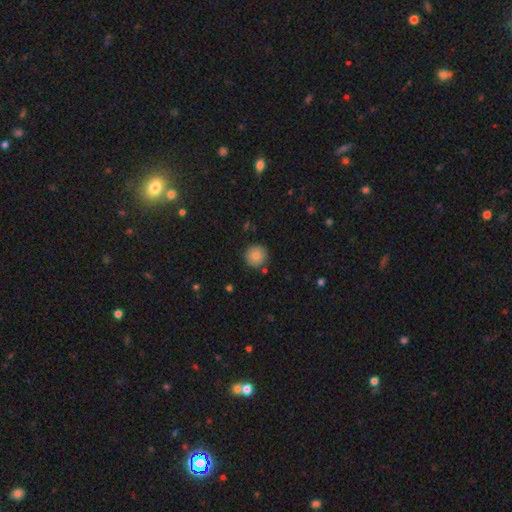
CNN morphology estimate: The model was most divided on "smooth or featured": smooth: 83%, star or artifact: 10%, featured or disk: 8%. More confident: how rounded — round (95%); merging — none (88%).